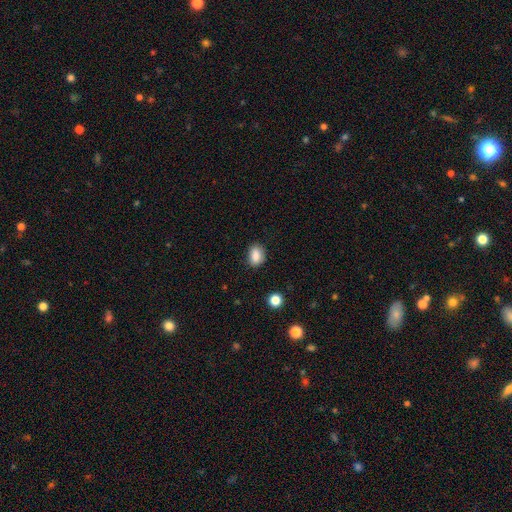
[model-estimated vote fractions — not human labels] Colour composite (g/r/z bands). It shows a smooth galaxy with no disk features (86%) that is in between round and cigar-shaped (75%). Merging: none (80%).